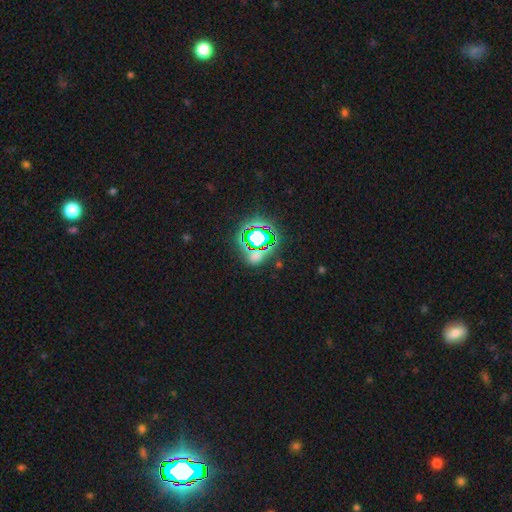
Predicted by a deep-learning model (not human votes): star or artifact 59%, smooth 30%, featured or disk 11%.